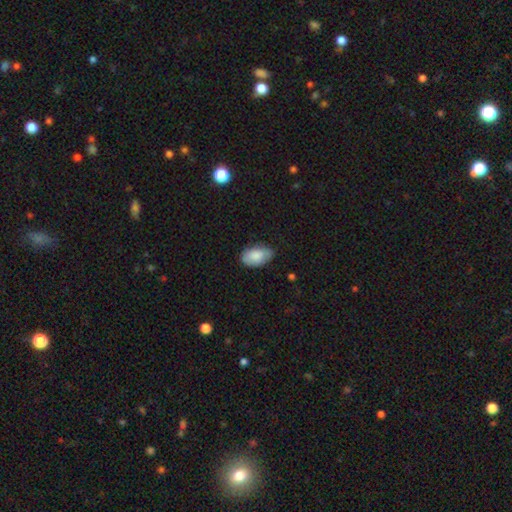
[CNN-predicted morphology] smooth_or_featured: smooth (p=0.81) [alt: featured or disk p=0.13]
how_rounded: in between (p=0.94) [alt: round p=0.05]
merging: none (p=0.74) [alt: minor disturbance p=0.21]